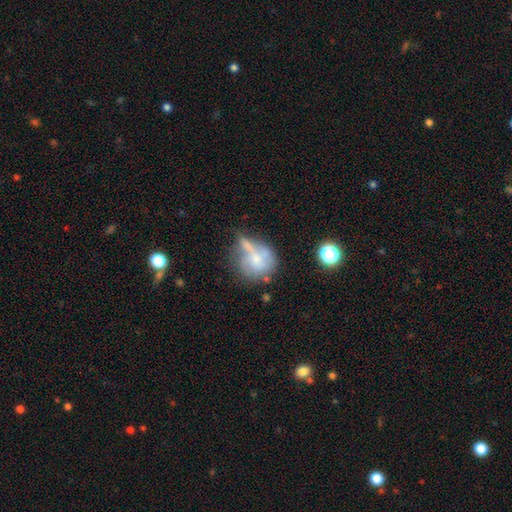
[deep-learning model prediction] Smooth or featured? Predicted: smooth (p=0.45). Merging? Predicted: none (p=0.31).